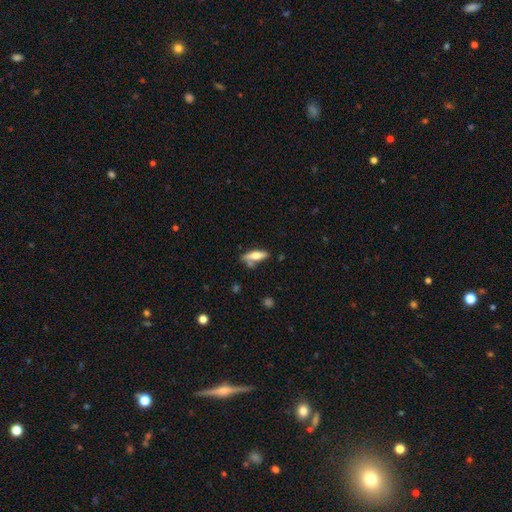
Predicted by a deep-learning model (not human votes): smooth_or_featured: smooth (p=0.57) [alt: featured or disk p=0.36]
how_rounded: cigar-shaped (p=0.51) [alt: in between p=0.47]
merging: none (p=0.61) [alt: minor disturbance p=0.20]